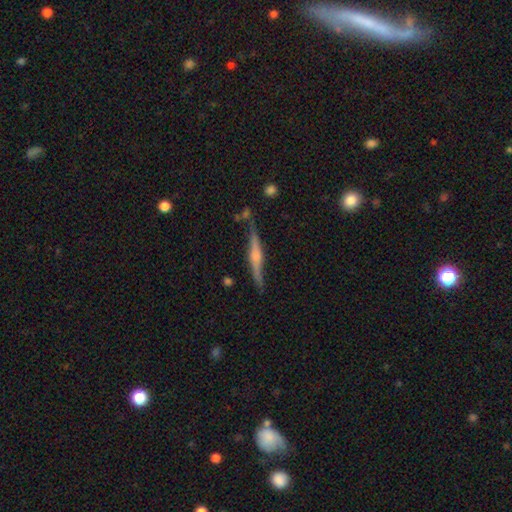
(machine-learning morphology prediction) type=featured or disk (69%); edge-on=yes (96%); edge-on bulge=rounded (70%); merging=none (79%).